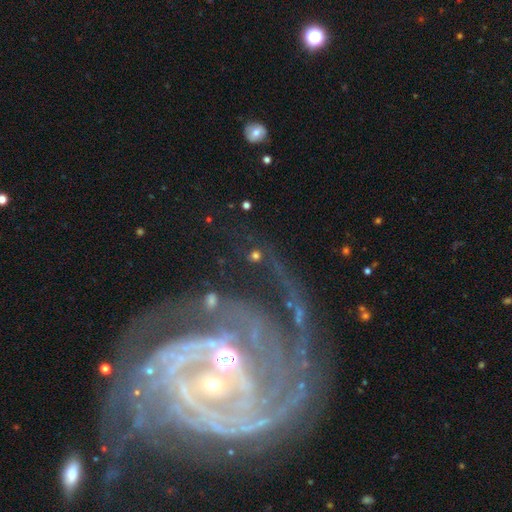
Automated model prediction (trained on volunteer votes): Smooth or featured? smooth (60%)
How rounded? round (90%)
Merging? none (69%)